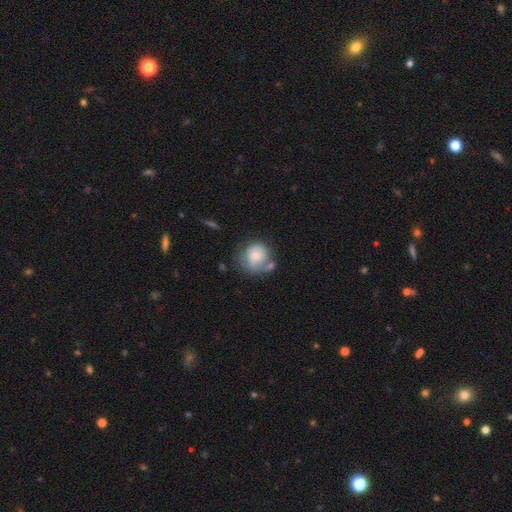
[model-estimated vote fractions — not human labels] smooth 53%, featured or disk 40%, star or artifact 7%. Down the decision tree: how rounded — round (79%); merging — none (42%).